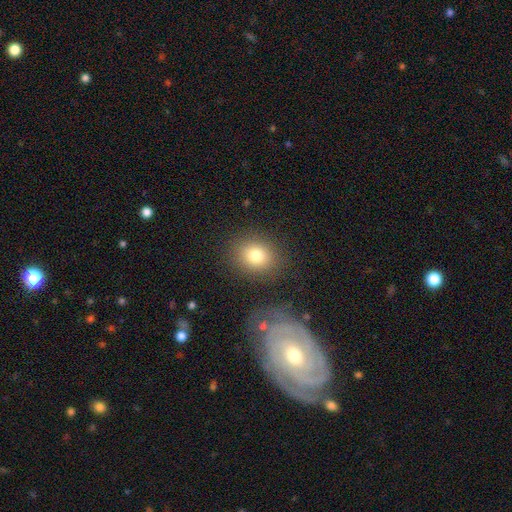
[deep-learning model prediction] smooth_or_featured: smooth (p=0.79) [alt: star or artifact p=0.12]
how_rounded: round (p=0.68) [alt: in between p=0.31]
merging: none (p=0.84) [alt: minor disturbance p=0.09]